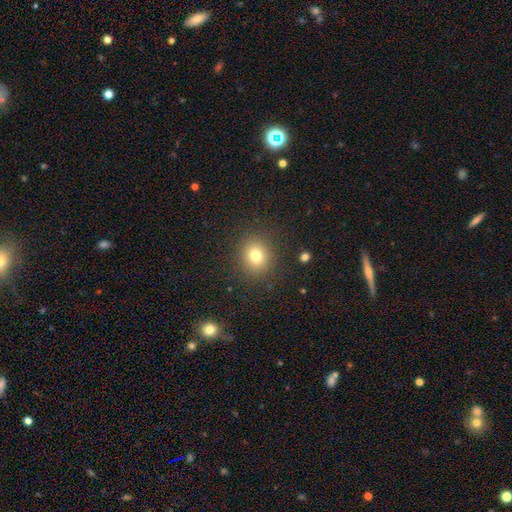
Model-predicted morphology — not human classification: This appears to be a smooth galaxy with no disk features (77%) that is round (79%). Merging: none (87%).